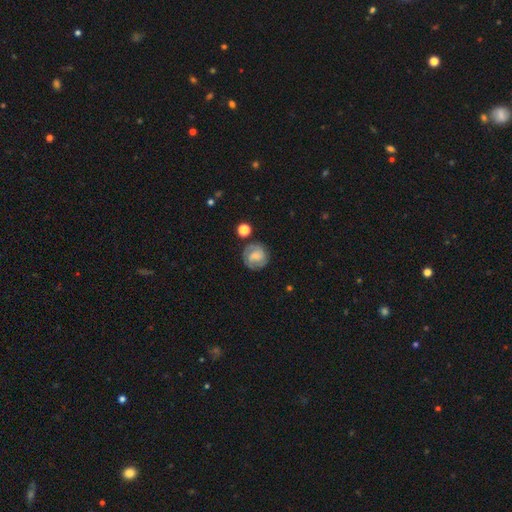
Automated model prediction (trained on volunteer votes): Smooth or featured: featured or disk — 52% (smooth — 40%)
Edge-on disk: no — 98% (yes — 2%)
Bar: no — 49% (weak — 42%)
Spiral arms: yes — 84% (no — 16%)
Bulge size: small — 37% (moderate — 27%)
Merging: none — 74% (minor disturbance — 15%)